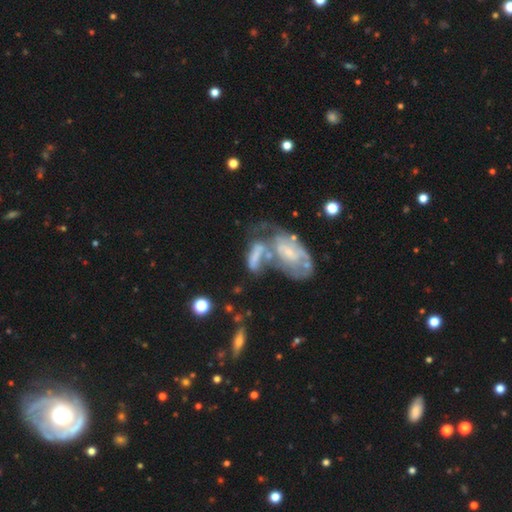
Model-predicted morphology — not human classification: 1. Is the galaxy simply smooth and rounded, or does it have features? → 55% featured or disk, 36% smooth, 9% star or artifact.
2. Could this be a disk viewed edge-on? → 91% no, 9% yes.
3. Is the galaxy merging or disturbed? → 51% merger, 20% major disturbance, 16% none, 12% minor disturbance.